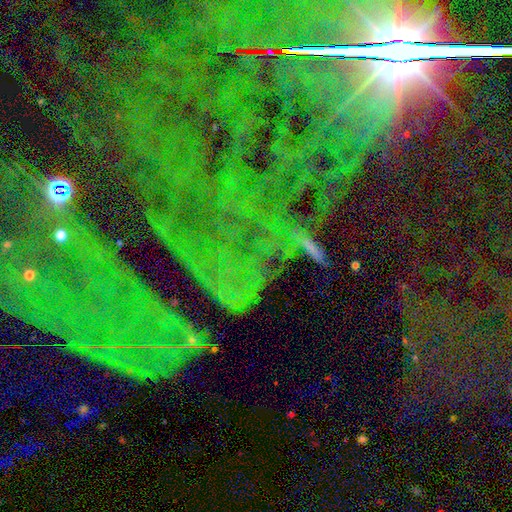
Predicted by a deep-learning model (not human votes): This is clearly a star or artifact rather than a galaxy (83%).